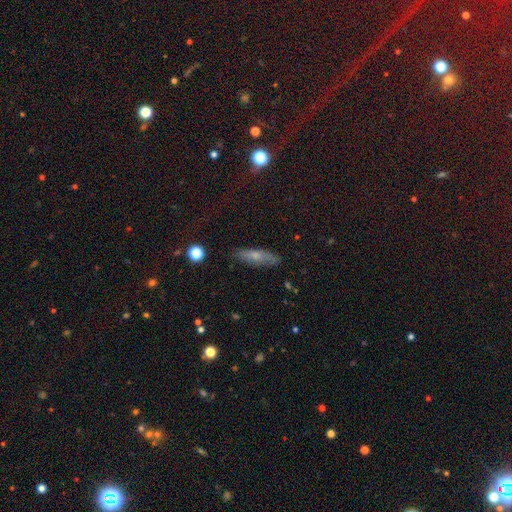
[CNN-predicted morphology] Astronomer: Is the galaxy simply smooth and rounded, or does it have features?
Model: smooth — 61%.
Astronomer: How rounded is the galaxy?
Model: cigar-shaped — 66%.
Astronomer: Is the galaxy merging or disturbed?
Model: none — 82%.